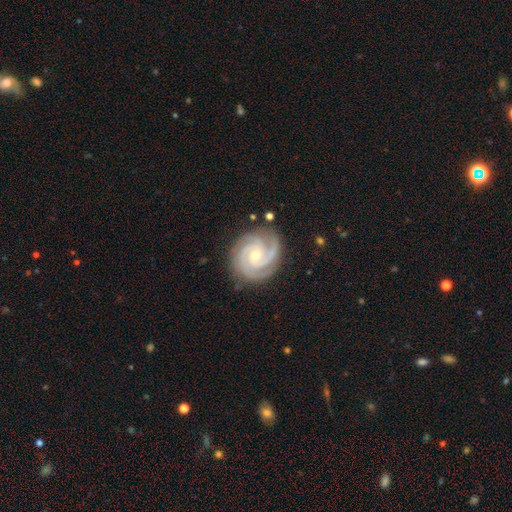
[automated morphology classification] A featured or disk galaxy (93%) with no bar (60%), 3 (64%) tight (72%) spiral arms (99%) and a small central bulge (57%).

Vote fractions:
- Smooth or featured? featured or disk: 93% / star or artifact: 4% / smooth: 3%
- Edge-on disk? no: 98% / yes: 2%
- Bar? no: 60% / weak: 31% / strong: 10%
- Spiral arms? yes: 99% / no: 1%
- Spiral winding? tight: 72% / medium: 25% / loose: 2%
- Spiral arm count? 3: 64% / 2: 15% / 4: 10% / can't tell: 5% / more than 4: 3% / 1: 3%
- Bulge size? small: 57% / moderate: 41% / large: 1% / none: 1% / dominant: 1%
- Merging? none: 82% / minor disturbance: 14% / major disturbance: 3% / merger: 1%